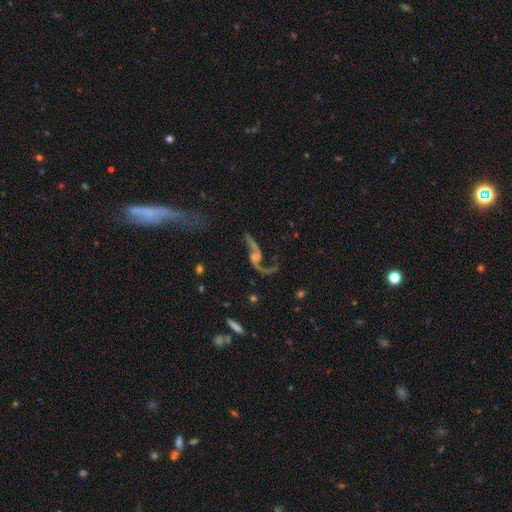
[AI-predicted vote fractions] Q: Smooth or featured?
A: featured or disk (84%); runner-up: star or artifact (9%)
Q: Edge-on disk?
A: no (93%); runner-up: yes (7%)
Q: Bar?
A: no (55%); runner-up: weak (33%)
Q: Spiral arms?
A: yes (92%); runner-up: no (8%)
Q: Spiral winding?
A: loose (91%); runner-up: medium (7%)
Q: Spiral arm count?
A: 2 (89%); runner-up: 1 (6%)
Q: Bulge size?
A: small (35%); runner-up: none (30%)
Q: Merging?
A: none (55%); runner-up: major disturbance (21%)